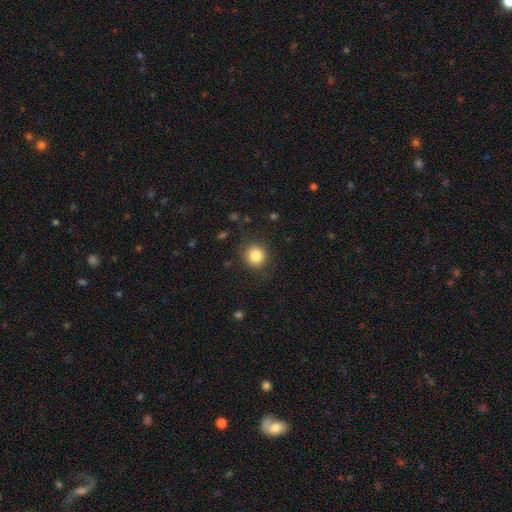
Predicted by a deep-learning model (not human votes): Smooth or featured?
  - smooth: 84% *
  - star or artifact: 10%
  - featured or disk: 6%
How rounded?
  - round: 91% *
  - in between: 9%
  - cigar-shaped: 1%
Merging?
  - none: 87% *
  - minor disturbance: 8%
  - major disturbance: 3%
  - merger: 1%